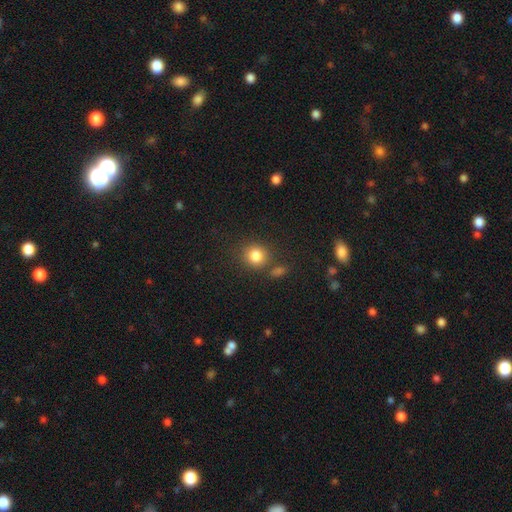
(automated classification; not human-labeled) smooth-or-featured: smooth: 83% | star or artifact: 11% | featured or disk: 6%
  how-rounded: round: 86% | in between: 13% | cigar-shaped: 1%
  merging: none: 76% | minor disturbance: 10% | merger: 9% | major disturbance: 4%